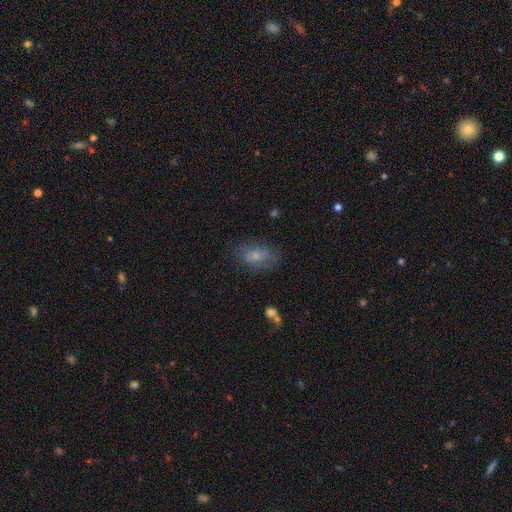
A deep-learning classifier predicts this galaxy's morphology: type=smooth (65%); roundness=in between (85%); merging=none (65%).